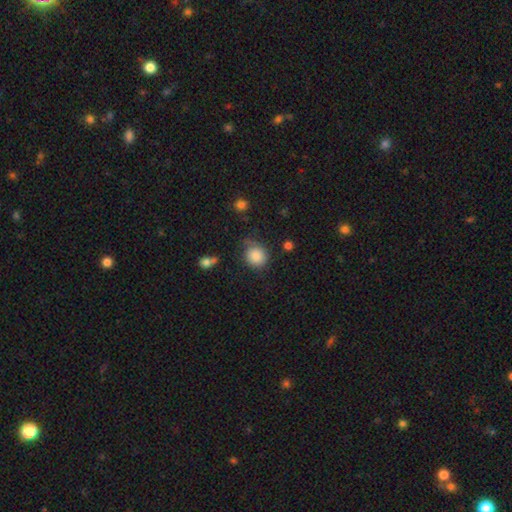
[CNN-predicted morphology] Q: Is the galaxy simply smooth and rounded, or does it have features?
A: smooth — 85%.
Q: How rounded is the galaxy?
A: round — 79%.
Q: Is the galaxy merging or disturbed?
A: none — 67%.